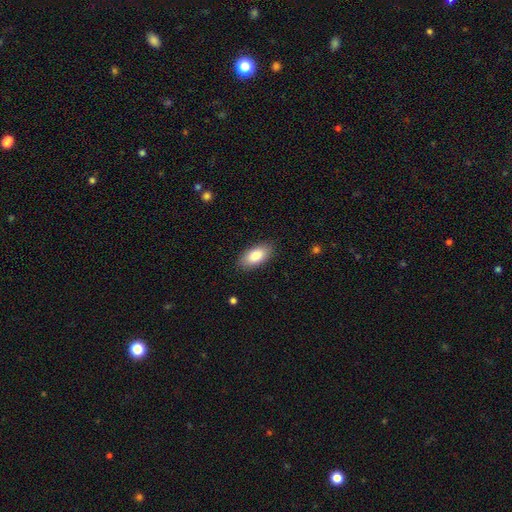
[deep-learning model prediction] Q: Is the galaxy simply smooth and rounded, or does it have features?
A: smooth — 84%.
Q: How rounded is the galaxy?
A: in between — 91%.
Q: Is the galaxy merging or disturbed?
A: none — 87%.